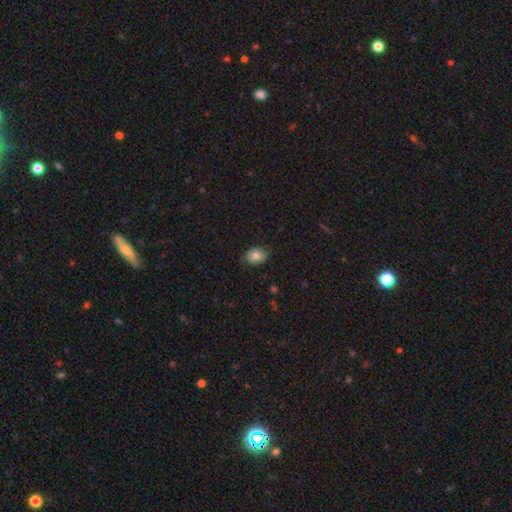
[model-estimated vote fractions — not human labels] smooth-or-featured: smooth: 81% | featured or disk: 9% | star or artifact: 9%
  how-rounded: in between: 64% | round: 35% | cigar-shaped: 1%
  merging: none: 82% | minor disturbance: 14% | major disturbance: 3% | merger: 1%